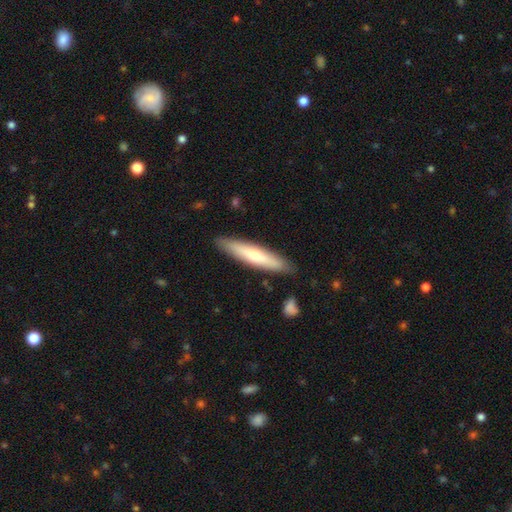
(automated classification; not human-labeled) A smooth galaxy with no disk features (58%) that is cigar-shaped (86%).

Vote fractions:
- Smooth or featured? smooth: 58% / featured or disk: 37% / star or artifact: 5%
- How rounded? cigar-shaped: 86% / in between: 13% / round: 1%
- Merging? none: 87% / minor disturbance: 9% / merger: 2% / major disturbance: 2%